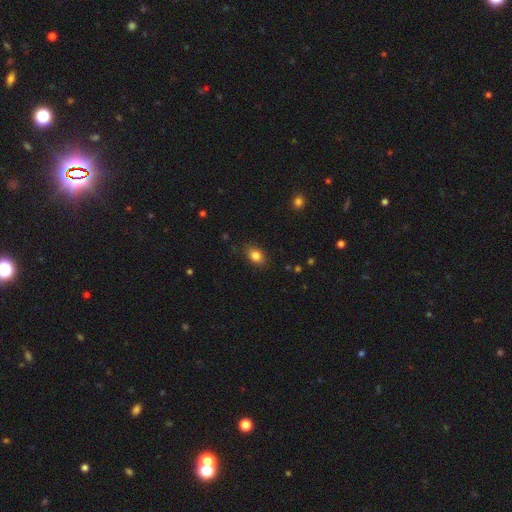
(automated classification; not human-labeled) Overall: smooth (84%). How rounded: in between (76%). Merging: none (85%).